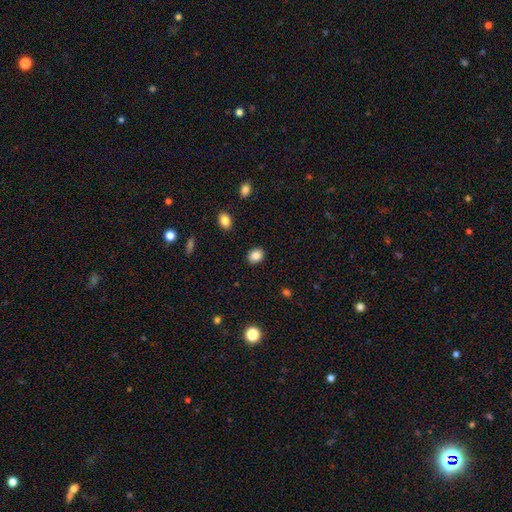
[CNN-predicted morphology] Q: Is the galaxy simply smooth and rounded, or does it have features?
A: smooth — 87%.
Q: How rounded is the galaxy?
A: in between — 54%.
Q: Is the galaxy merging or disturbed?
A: none — 89%.